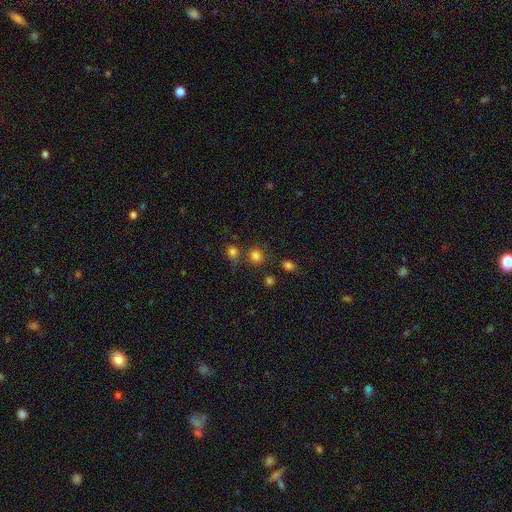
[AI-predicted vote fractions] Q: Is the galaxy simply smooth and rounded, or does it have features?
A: smooth — 79%.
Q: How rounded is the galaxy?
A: round — 81%.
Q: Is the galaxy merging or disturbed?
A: none — 68%.